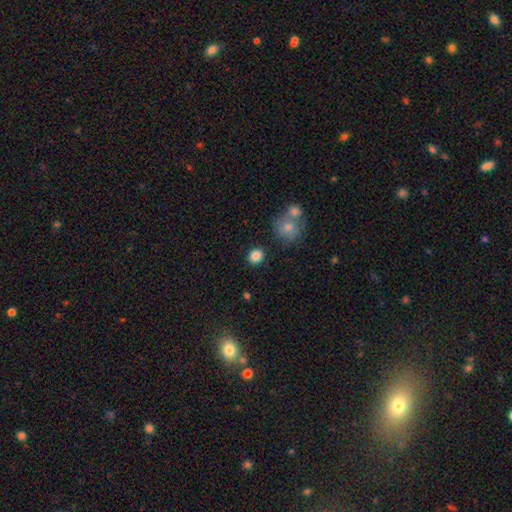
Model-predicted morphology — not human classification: type=smooth (85%); roundness=round (74%); merging=none (86%).